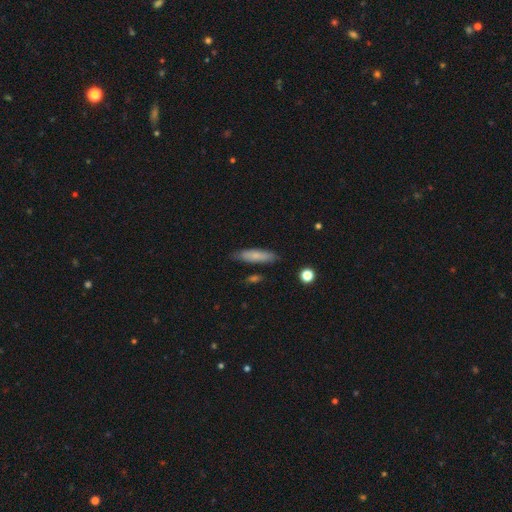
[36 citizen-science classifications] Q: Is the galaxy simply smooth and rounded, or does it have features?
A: smooth — 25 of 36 (69%).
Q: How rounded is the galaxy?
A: in between — 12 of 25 (48%, tied with cigar-shaped).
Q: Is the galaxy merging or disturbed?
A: none — 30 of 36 (83%).